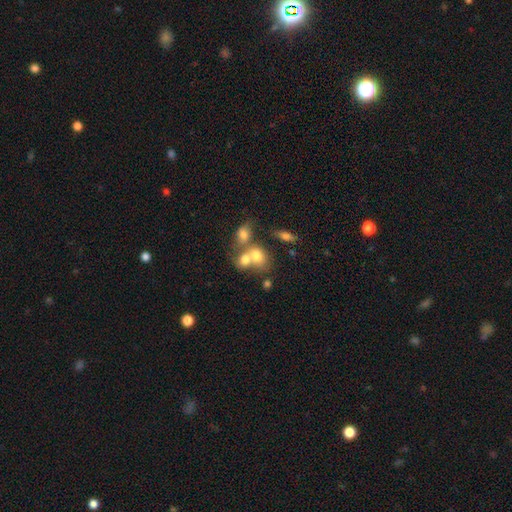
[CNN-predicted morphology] Smooth or featured?
  - smooth: 70% *
  - featured or disk: 19%
  - star or artifact: 12%
How rounded?
  - in between: 50% *
  - round: 48%
  - cigar-shaped: 2%
Merging?
  - merger: 59% *
  - none: 27%
  - minor disturbance: 8%
  - major disturbance: 6%